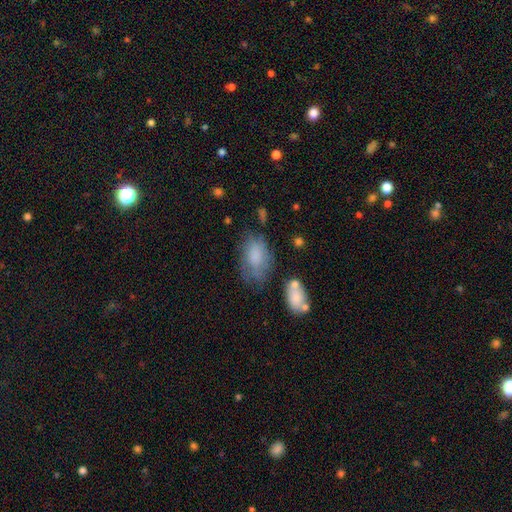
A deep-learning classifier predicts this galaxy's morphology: smooth 74%, featured or disk 17%, star or artifact 9%. Down the decision tree: how rounded — in between (89%); merging — none (46%).